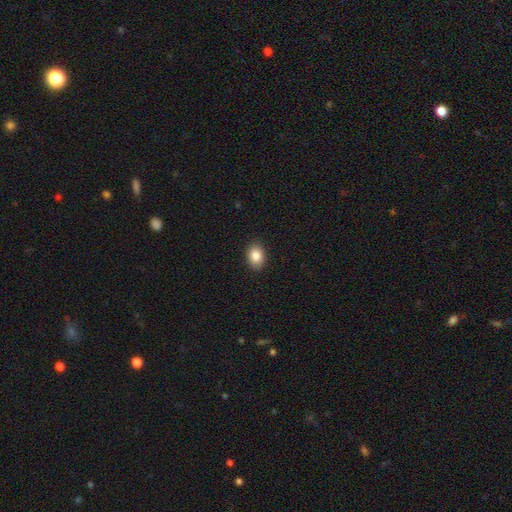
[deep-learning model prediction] smooth 86%, star or artifact 8%, featured or disk 6%. Down the decision tree: how rounded — in between (71%); merging — none (90%).